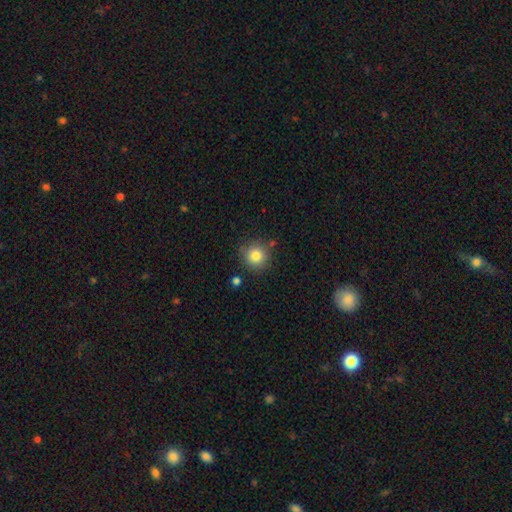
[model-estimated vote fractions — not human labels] A smooth galaxy with no disk features (82%) that is round (93%).

Vote fractions:
- Smooth or featured? smooth: 82% / star or artifact: 11% / featured or disk: 7%
- How rounded? round: 93% / in between: 6% / cigar-shaped: 1%
- Merging? none: 82% / minor disturbance: 11% / merger: 4% / major disturbance: 3%